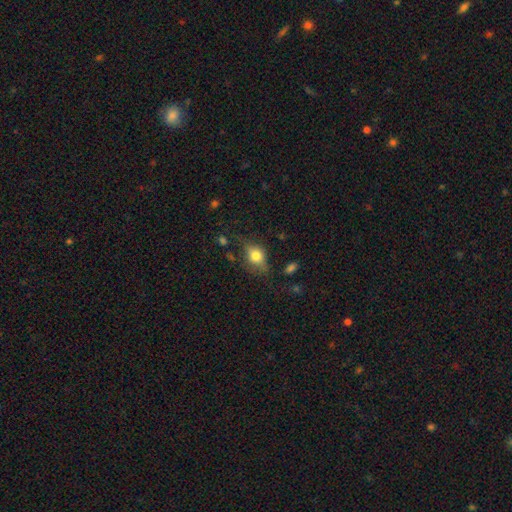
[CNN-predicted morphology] This appears to be a smooth galaxy with no disk features (73%) that is in between round and cigar-shaped (64%). Merging: none (60%).